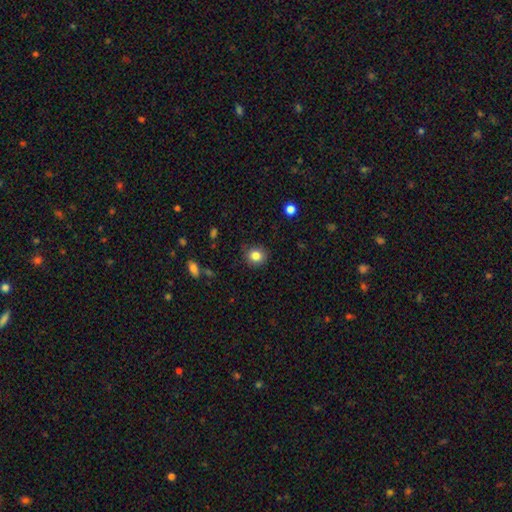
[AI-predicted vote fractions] Smooth or featured: smooth — 84% (star or artifact — 10%)
How rounded: round — 85% (in between — 14%)
Merging: none — 87% (minor disturbance — 9%)